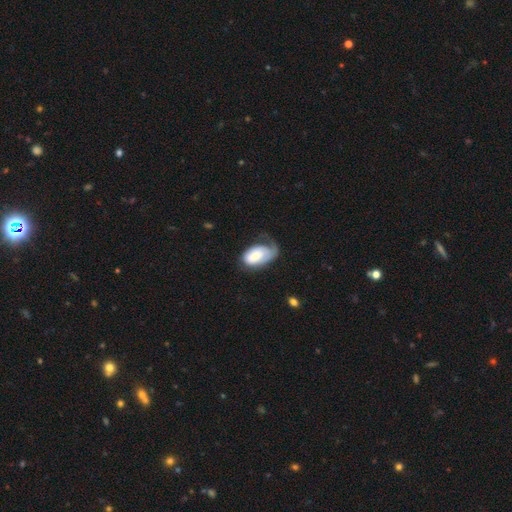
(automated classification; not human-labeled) Smooth or featured? smooth (55%)
How rounded? in between (92%)
Merging? major disturbance (35%)